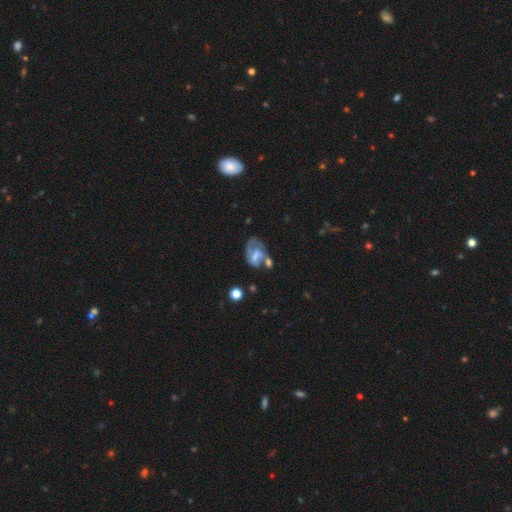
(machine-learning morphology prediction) The model was most divided on "merging" (2-way tie): merger: 27%, major disturbance: 27%, none: 26%, minor disturbance: 20%. Remaining: edge-on disk — no (97%); spiral arms — yes (68%); smooth or featured — featured or disk (61%); bar — no (54%); bulge size — small (40%).